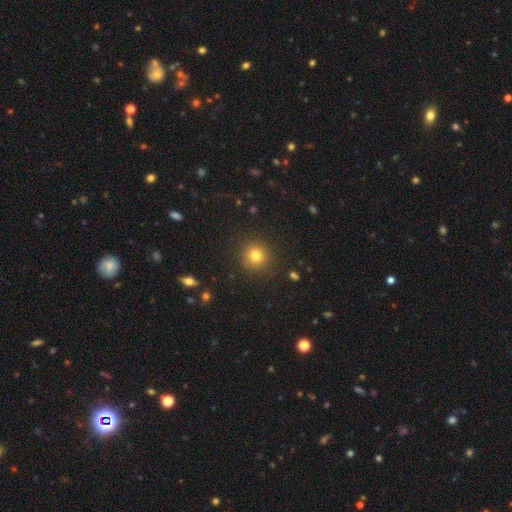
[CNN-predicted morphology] This appears to be a smooth galaxy with no disk features (80%) that is round (93%). Merging: none (90%).